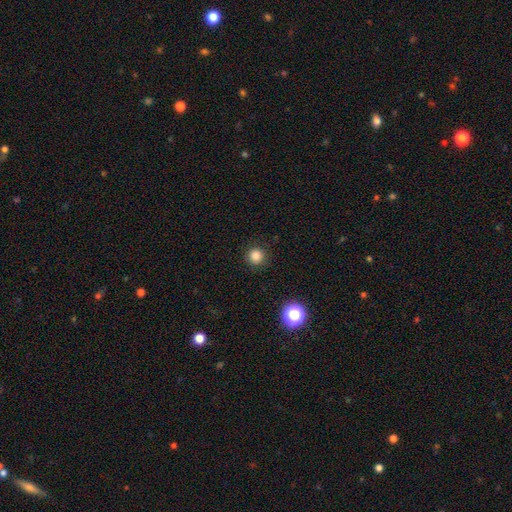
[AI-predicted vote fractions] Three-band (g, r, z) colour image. It shows a smooth galaxy with no disk features (83%) that is round (95%). Merging: none (91%).